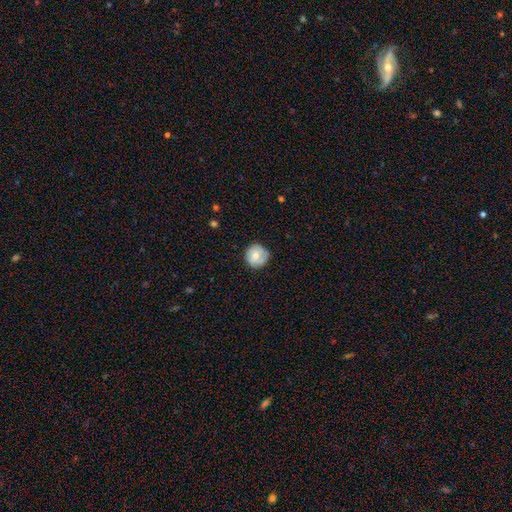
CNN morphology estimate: smooth_or_featured: smooth (p=0.59) [alt: featured or disk p=0.34]
how_rounded: round (p=0.92) [alt: in between p=0.07]
merging: none (p=0.76) [alt: minor disturbance p=0.18]